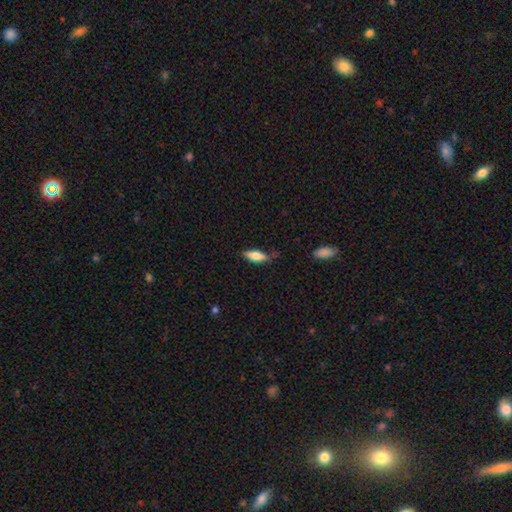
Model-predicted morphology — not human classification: A smooth galaxy with no disk features (73%) that is in between round and cigar-shaped (66%). Merging: none (63%).